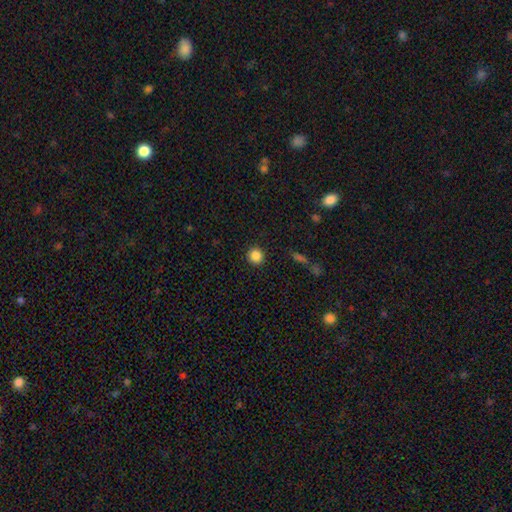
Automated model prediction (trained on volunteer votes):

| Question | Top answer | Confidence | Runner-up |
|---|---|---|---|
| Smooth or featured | smooth | 86% | star or artifact (11%) |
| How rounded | round | 94% | in between (5%) |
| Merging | none | 92% | minor disturbance (5%) |